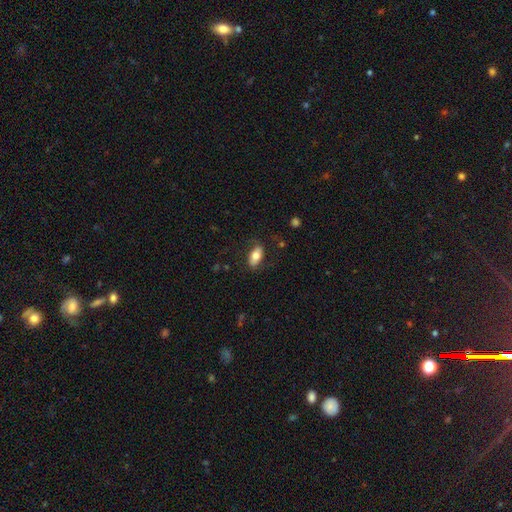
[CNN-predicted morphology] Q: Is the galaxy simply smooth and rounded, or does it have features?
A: smooth — 73%.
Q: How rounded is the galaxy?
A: in between — 87%.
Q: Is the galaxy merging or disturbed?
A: none — 77%.